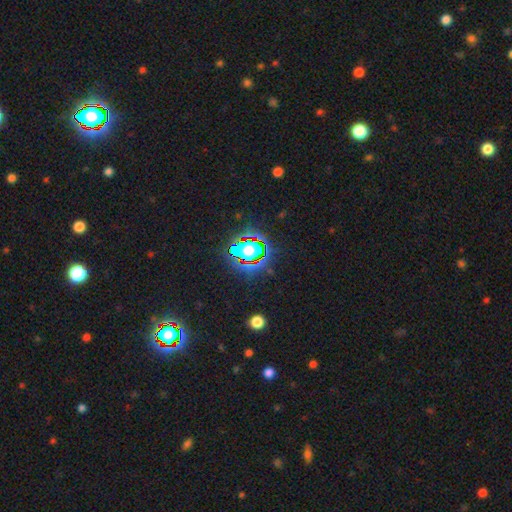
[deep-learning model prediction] This appears to be a star or artifact, not a galaxy (77%).